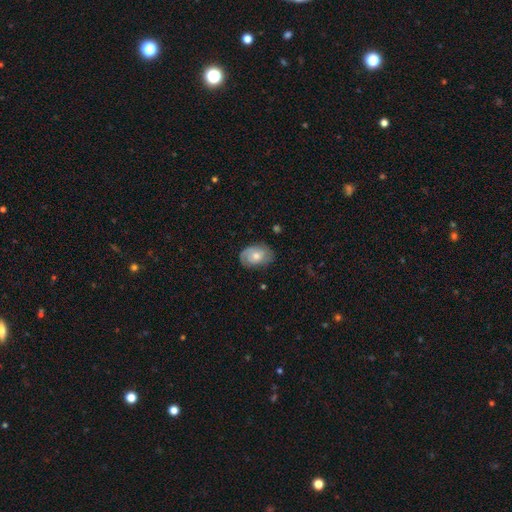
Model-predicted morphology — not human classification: A featured or disk galaxy (48%).

Vote fractions:
- Smooth or featured? featured or disk: 48% / smooth: 45% / star or artifact: 7%
- Merging? none: 74% / minor disturbance: 20% / major disturbance: 5% / merger: 1%